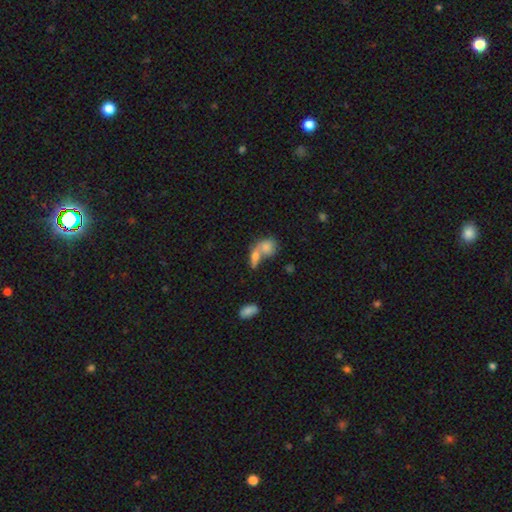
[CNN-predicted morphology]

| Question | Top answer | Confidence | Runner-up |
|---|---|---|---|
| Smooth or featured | smooth | 71% | featured or disk (18%) |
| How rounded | in between | 64% | round (30%) |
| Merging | merger | 63% | none (24%) |